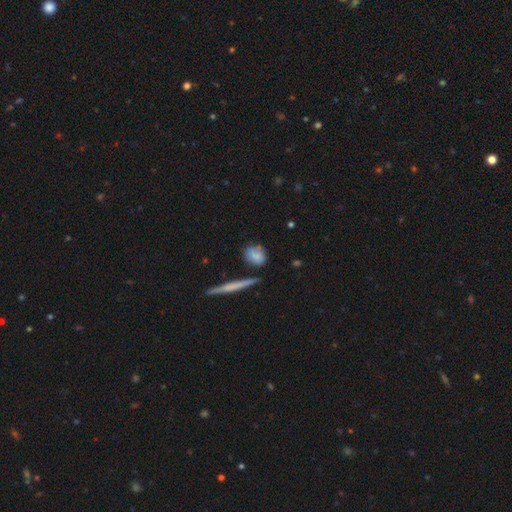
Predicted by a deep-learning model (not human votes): This is likely a smooth galaxy (74%). How rounded: possibly in between (50%). Merging: likely none (62%).